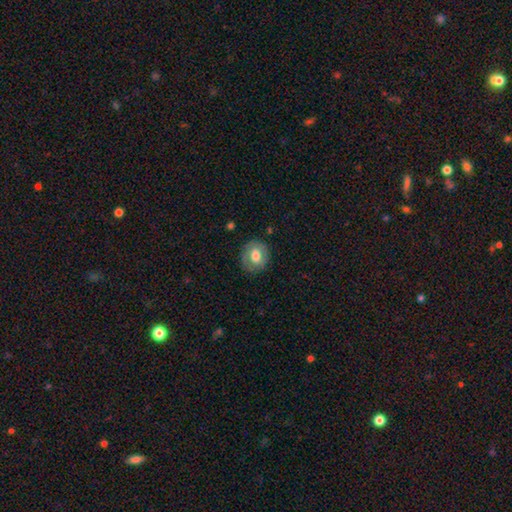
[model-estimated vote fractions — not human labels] Overall: smooth (57%; featured or disk 36%). How rounded: round (64%; in between 35%). Merging: none (79%).